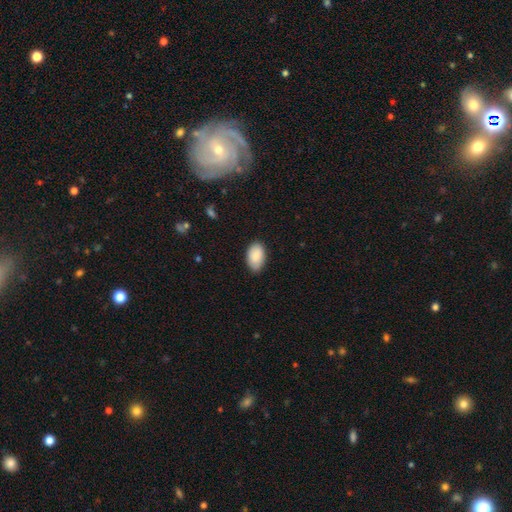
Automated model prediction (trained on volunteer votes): smooth_or_featured: smooth (p=0.89) [alt: star or artifact p=0.06]
how_rounded: in between (p=0.94) [alt: round p=0.05]
merging: none (p=0.80) [alt: minor disturbance p=0.17]